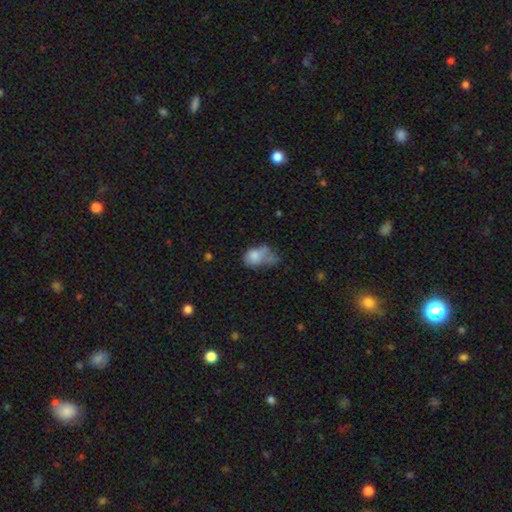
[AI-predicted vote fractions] A smooth galaxy with no disk features (68%) that is in between round and cigar-shaped (79%). Merging: major disturbance (32%).